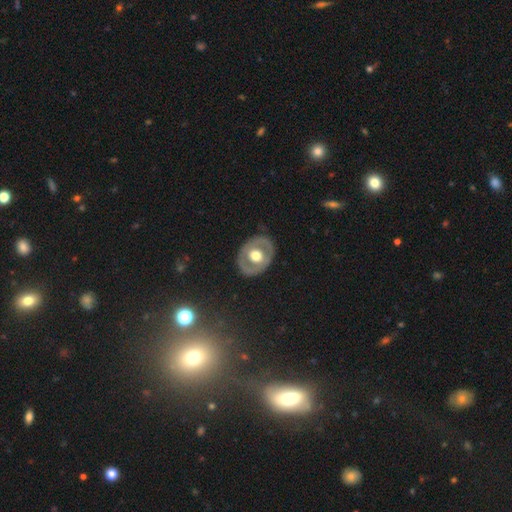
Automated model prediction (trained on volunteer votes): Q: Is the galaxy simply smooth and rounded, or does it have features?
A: featured or disk — 59%.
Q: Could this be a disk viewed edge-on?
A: no — 93%.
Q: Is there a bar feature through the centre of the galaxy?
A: no — 83%.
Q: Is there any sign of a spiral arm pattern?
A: no — 85%.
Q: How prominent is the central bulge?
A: moderate — 54%.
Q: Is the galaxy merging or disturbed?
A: none — 83%.